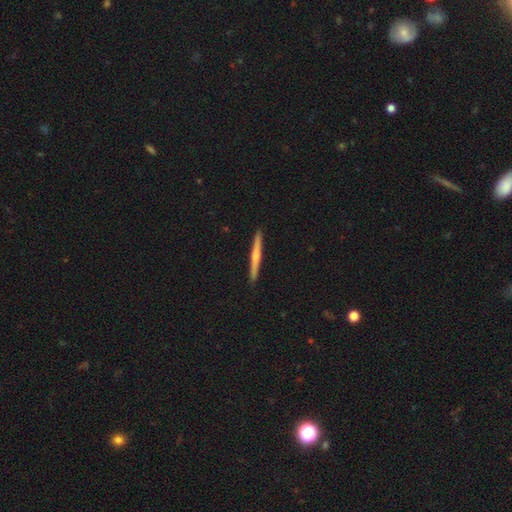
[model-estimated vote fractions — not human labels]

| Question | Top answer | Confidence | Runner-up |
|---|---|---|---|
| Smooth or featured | featured or disk | 51% | smooth (43%) |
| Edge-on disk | yes | 98% | no (2%) |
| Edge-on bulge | rounded | 51% | none (40%) |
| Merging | none | 93% | minor disturbance (5%) |